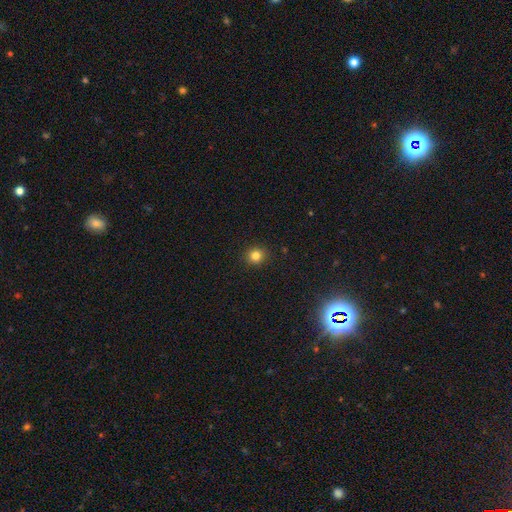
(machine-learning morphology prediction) This is clearly a smooth galaxy (83%). How rounded: clearly round (89%). Merging: clearly none (91%).